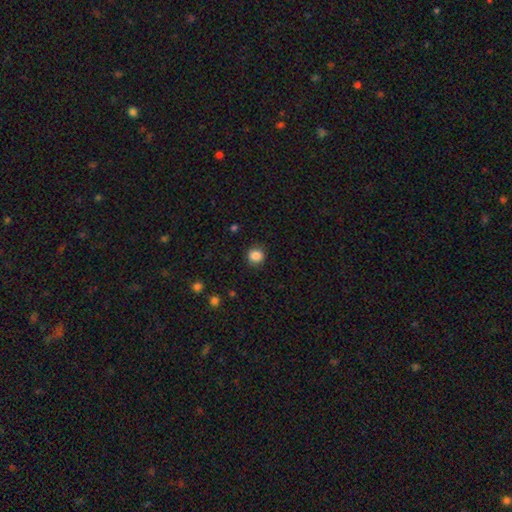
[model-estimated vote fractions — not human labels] Smooth or featured? Predicted: smooth (p=0.86). How rounded? Predicted: round (p=0.88). Merging? Predicted: none (p=0.88).